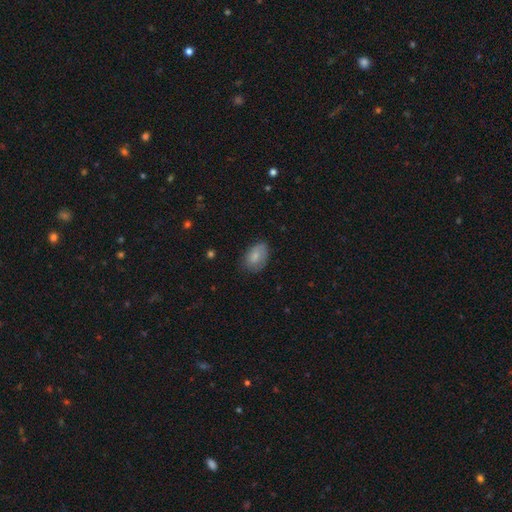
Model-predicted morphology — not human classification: This appears to be a smooth galaxy with no disk features (77%) that is in between round and cigar-shaped (88%). Merging: none (68%).